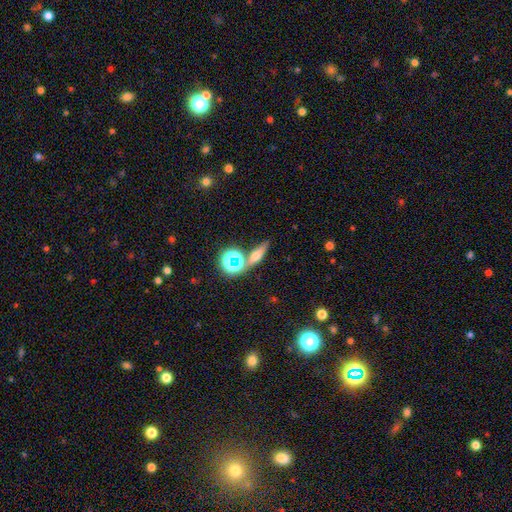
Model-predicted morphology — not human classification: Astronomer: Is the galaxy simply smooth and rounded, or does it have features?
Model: smooth — 47% (runner-up: featured or disk, 30%).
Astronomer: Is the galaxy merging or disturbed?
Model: none — 70%.